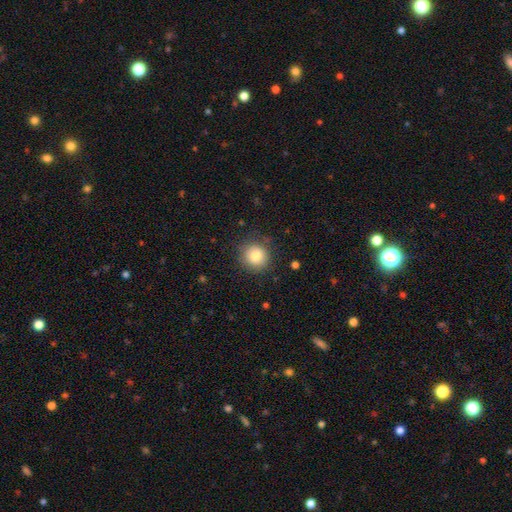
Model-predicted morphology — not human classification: This is clearly a smooth galaxy (81%). How rounded: clearly round (91%). Merging: clearly none (85%).